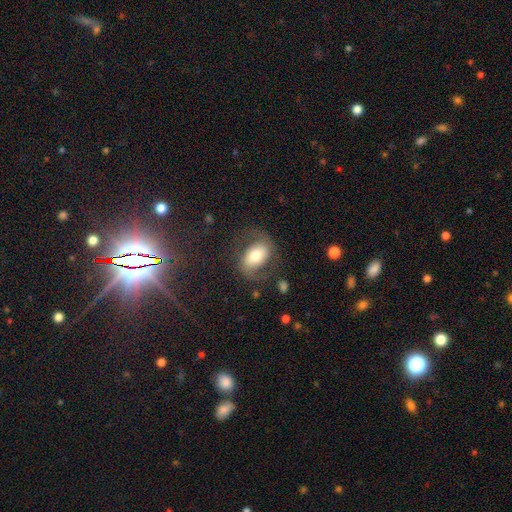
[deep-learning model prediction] Q: Smooth or featured?
A: featured or disk (52%); runner-up: smooth (40%)
Q: Edge-on disk?
A: no (95%); runner-up: yes (5%)
Q: Merging?
A: none (65%); runner-up: minor disturbance (18%)